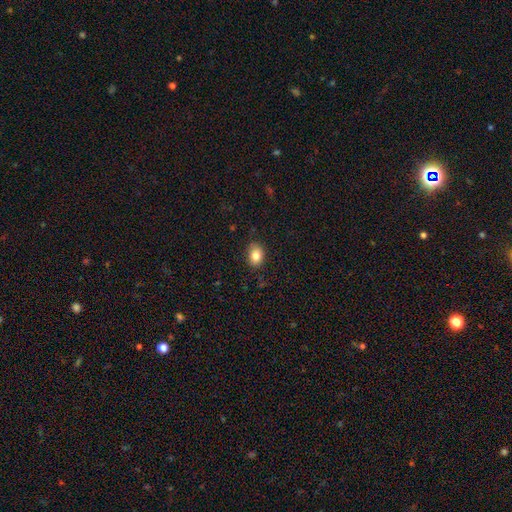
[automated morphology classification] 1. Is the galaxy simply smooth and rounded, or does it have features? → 82% smooth, 9% star or artifact, 9% featured or disk.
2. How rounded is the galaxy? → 72% in between, 27% round, 1% cigar-shaped.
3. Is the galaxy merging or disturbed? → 85% none, 12% minor disturbance, 2% major disturbance, 1% merger.